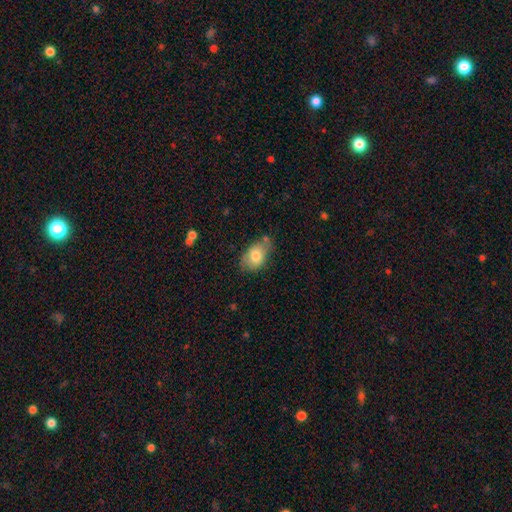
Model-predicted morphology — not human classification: Smooth or featured? Predicted: smooth (p=0.76). How rounded? Predicted: in between (p=0.84). Merging? Predicted: none (p=0.58).